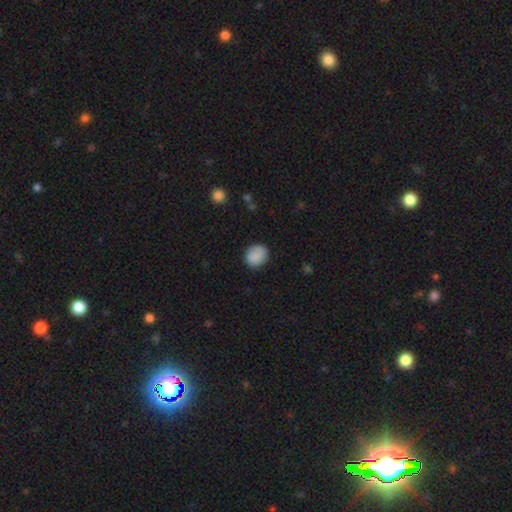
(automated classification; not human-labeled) The model was most divided on "how rounded": round: 70%, in between: 29%, cigar-shaped: 1%. More confident: smooth or featured — smooth (87%); merging — none (81%).